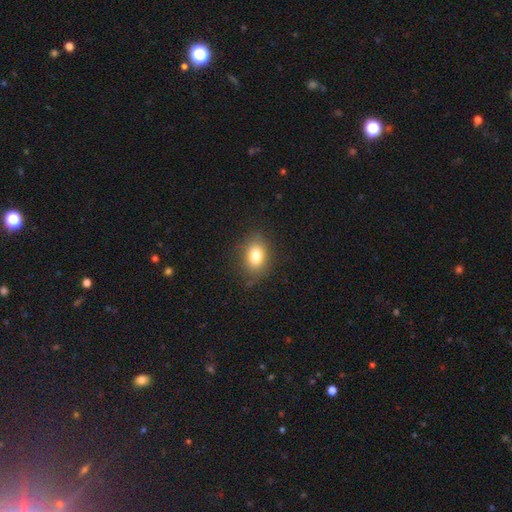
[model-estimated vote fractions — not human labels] Q: Smooth or featured?
A: smooth (80%); runner-up: star or artifact (10%)
Q: How rounded?
A: in between (72%); runner-up: round (27%)
Q: Merging?
A: none (80%); runner-up: minor disturbance (15%)